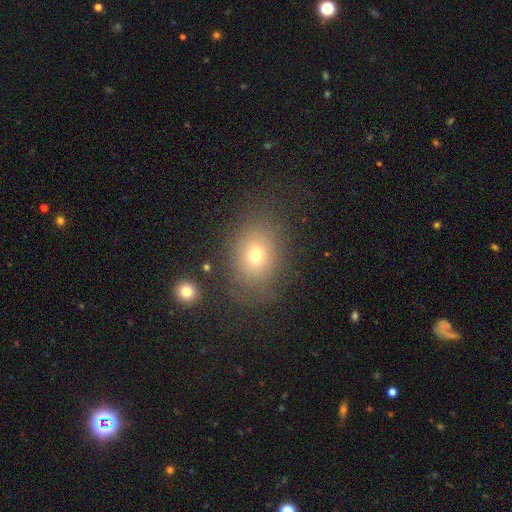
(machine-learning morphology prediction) smooth-or-featured: smooth: 69% | star or artifact: 16% | featured or disk: 15%
  how-rounded: in between: 55% | round: 44% | cigar-shaped: 1%
  merging: none: 75% | minor disturbance: 14% | major disturbance: 8% | merger: 3%